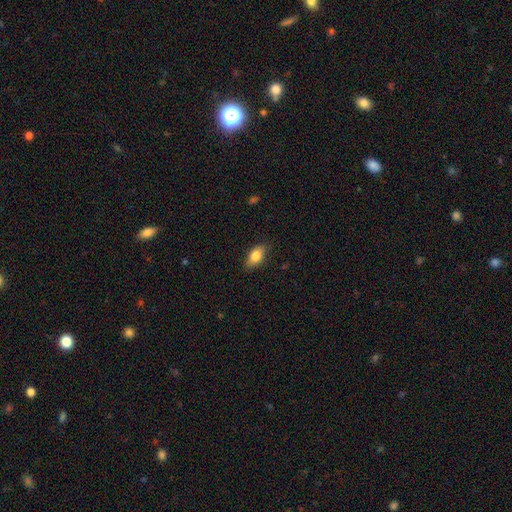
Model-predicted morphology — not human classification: This is likely a smooth galaxy (79%). How rounded: clearly in between (86%). Merging: clearly none (85%).